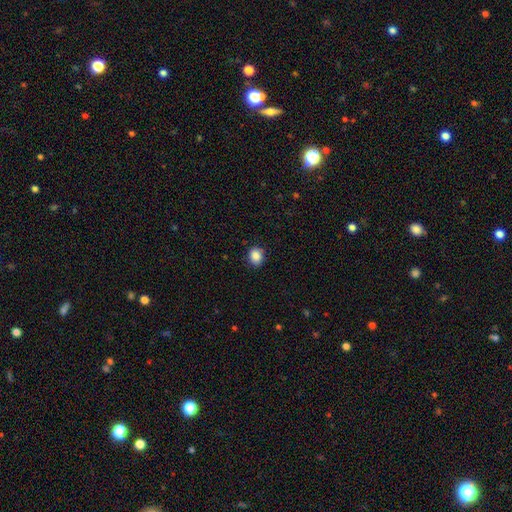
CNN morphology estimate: smooth-or-featured: smooth: 87% | star or artifact: 9% | featured or disk: 4%
  how-rounded: round: 62% | in between: 37% | cigar-shaped: 1%
  merging: none: 85% | minor disturbance: 12% | major disturbance: 2% | merger: 1%